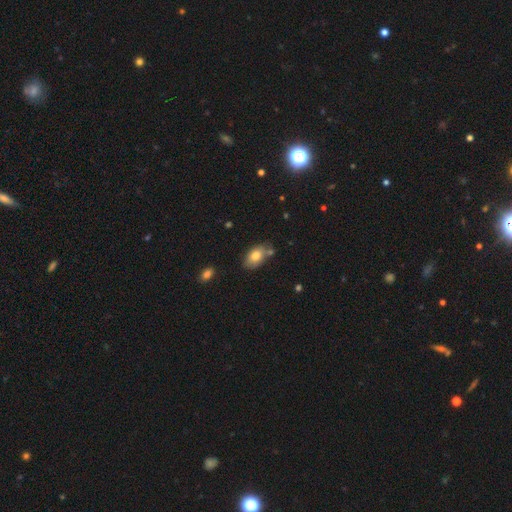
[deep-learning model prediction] smooth-or-featured: smooth: 80% | featured or disk: 13% | star or artifact: 8%
  how-rounded: in between: 90% | round: 8% | cigar-shaped: 2%
  merging: none: 67% | minor disturbance: 19% | merger: 10% | major disturbance: 4%